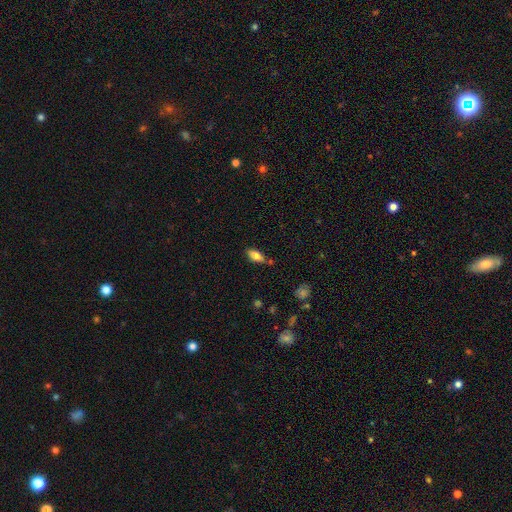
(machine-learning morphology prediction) type=smooth (77%); roundness=in between (86%); merging=none (76%).